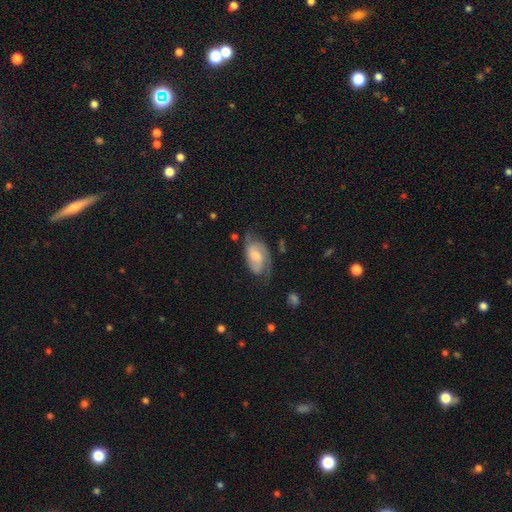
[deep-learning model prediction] Smooth or featured? Predicted: featured or disk (p=0.69). Edge-on disk? Predicted: no (p=0.96). Bar? Predicted: no (p=0.54). Spiral arms? Predicted: yes (p=0.92). Spiral winding? Predicted: medium (p=0.44). Spiral arm count? Predicted: 2 (p=0.67). Bulge size? Predicted: moderate (p=0.43). Merging? Predicted: none (p=0.54).